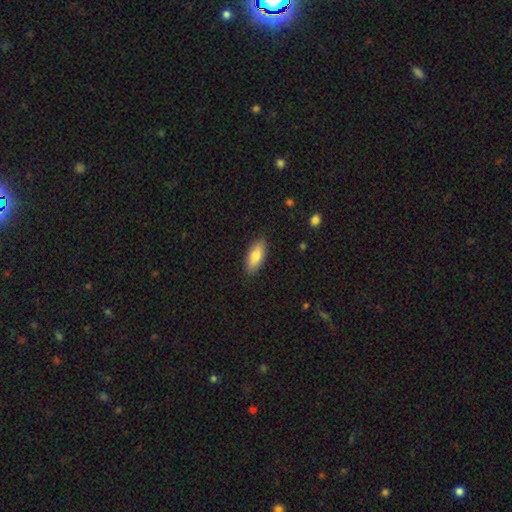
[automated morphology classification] smooth-or-featured: smooth: 78% | featured or disk: 16% | star or artifact: 6%
  how-rounded: in between: 82% | cigar-shaped: 15% | round: 3%
  merging: none: 87% | minor disturbance: 10% | major disturbance: 2% | merger: 1%